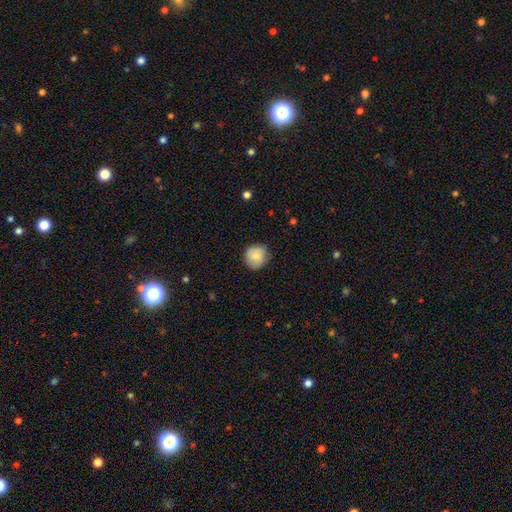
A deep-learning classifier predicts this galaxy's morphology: type=smooth (82%); roundness=round (89%); merging=none (80%).